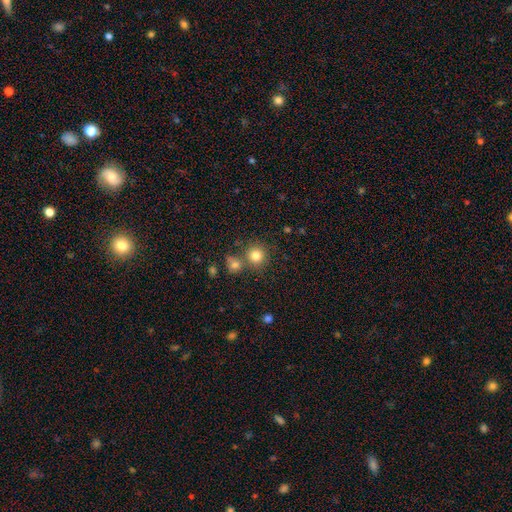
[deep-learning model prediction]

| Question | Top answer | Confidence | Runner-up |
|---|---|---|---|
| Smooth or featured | smooth | 81% | star or artifact (12%) |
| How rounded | round | 91% | in between (8%) |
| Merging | none | 70% | merger (19%) |